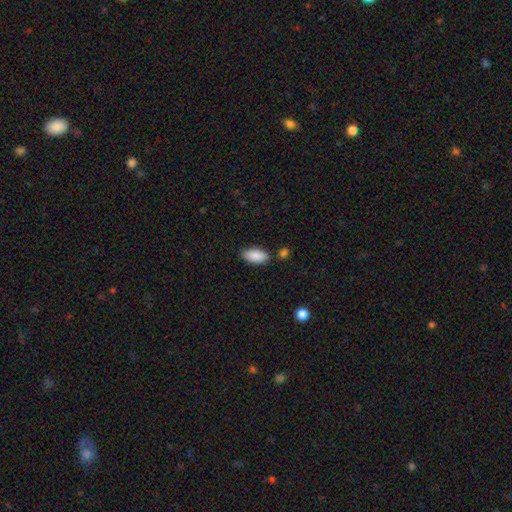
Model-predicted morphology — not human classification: The model was most divided on "merging": none: 80%, minor disturbance: 12%, merger: 5%, major disturbance: 3%. More confident: how rounded — in between (91%); smooth or featured — smooth (89%).